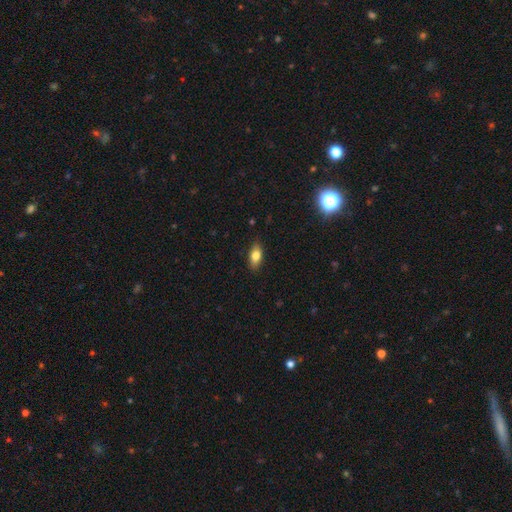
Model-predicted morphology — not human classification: Smooth or featured?
  - smooth: 79% *
  - featured or disk: 13%
  - star or artifact: 8%
How rounded?
  - in between: 85% *
  - cigar-shaped: 10%
  - round: 5%
Merging?
  - none: 87% *
  - minor disturbance: 10%
  - major disturbance: 2%
  - merger: 1%